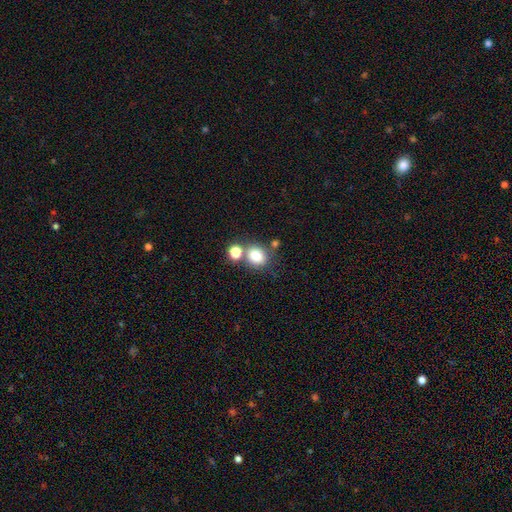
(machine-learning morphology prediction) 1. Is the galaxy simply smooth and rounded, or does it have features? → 79% smooth, 12% star or artifact, 9% featured or disk.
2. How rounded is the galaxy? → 70% round, 30% in between, 1% cigar-shaped.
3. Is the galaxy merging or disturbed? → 61% none, 26% merger, 10% minor disturbance, 4% major disturbance.